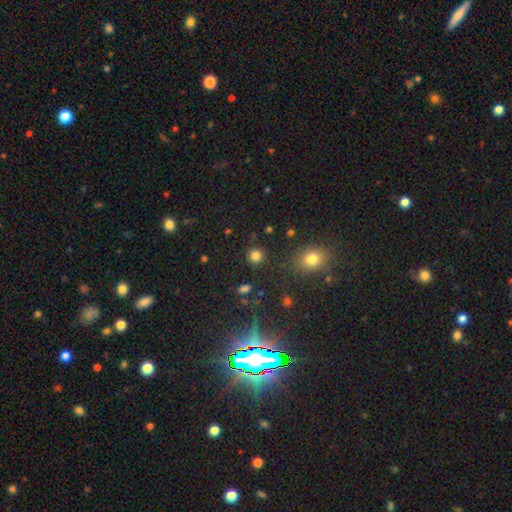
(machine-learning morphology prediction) A smooth galaxy with no disk features (80%) that is round (92%). Merging: none (89%).